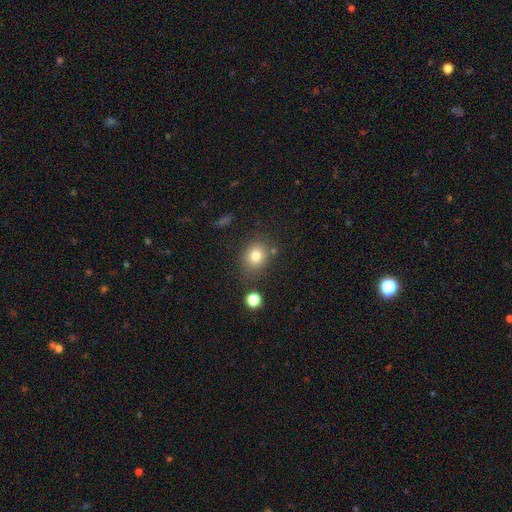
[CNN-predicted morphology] smooth_or_featured: smooth (p=0.79) [alt: star or artifact p=0.12]
how_rounded: round (p=0.61) [alt: in between p=0.38]
merging: none (p=0.76) [alt: minor disturbance p=0.13]